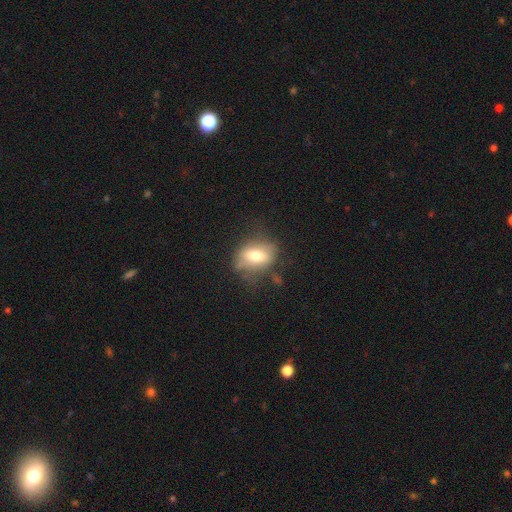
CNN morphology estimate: This is possibly a smooth galaxy (58%). How rounded: likely in between (75%). Merging: likely none (61%).